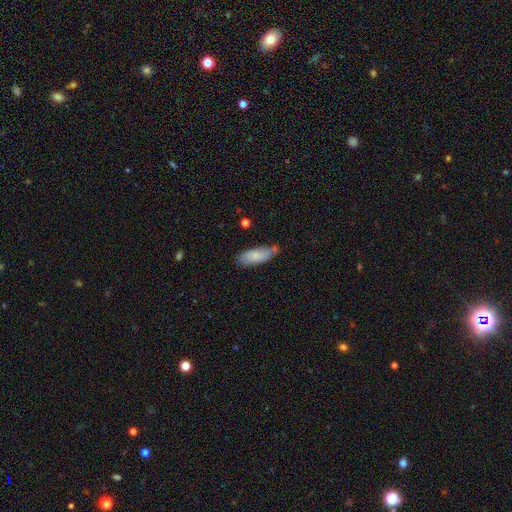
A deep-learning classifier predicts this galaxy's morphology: This appears to be a smooth galaxy with no disk features (79%) that is in between round and cigar-shaped (71%). Merging: none (63%).